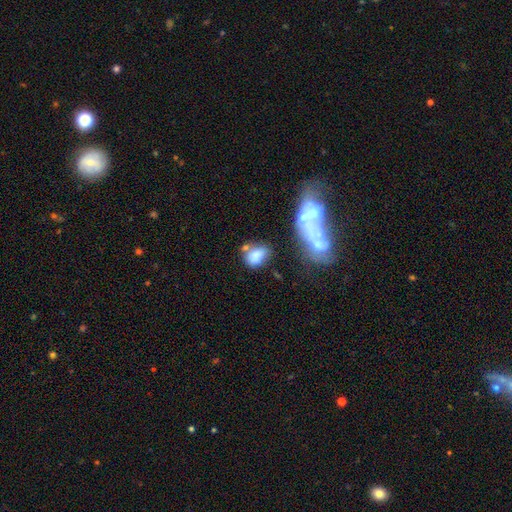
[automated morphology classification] This appears to be a smooth galaxy with no disk features (75%) that is in between round and cigar-shaped (78%). Merging: none (39%).